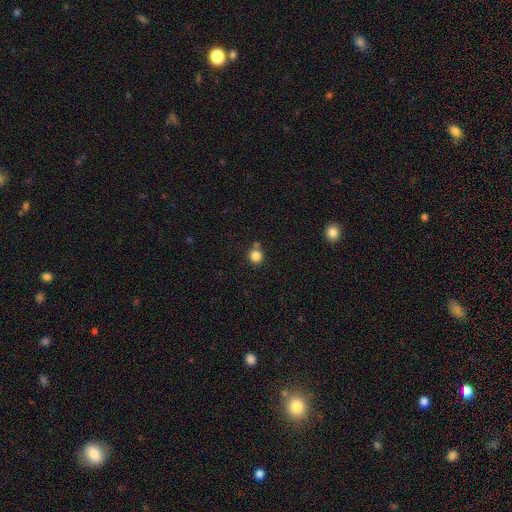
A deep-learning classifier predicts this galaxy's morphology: smooth-or-featured: smooth: 84% | star or artifact: 11% | featured or disk: 5%
  how-rounded: round: 91% | in between: 8% | cigar-shaped: 1%
  merging: none: 71% | merger: 16% | minor disturbance: 10% | major disturbance: 3%